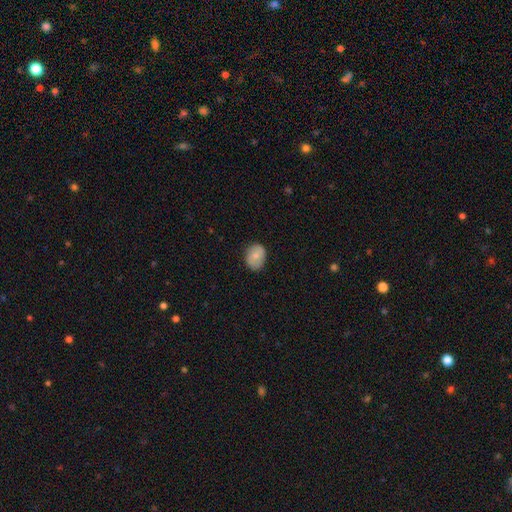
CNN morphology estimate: This is likely a smooth galaxy (71%). How rounded: likely in between (62%). Merging: likely none (80%).